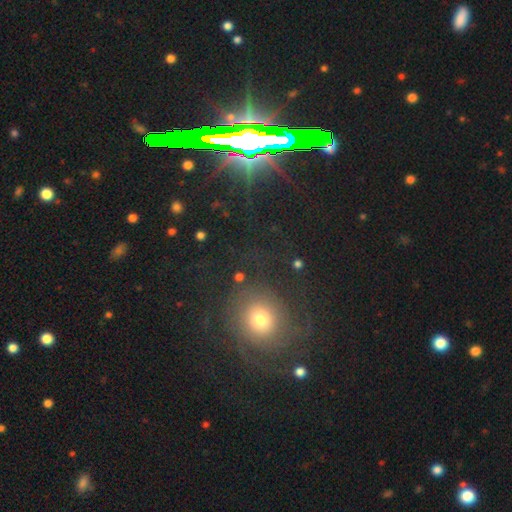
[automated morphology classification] The model was most divided on "smooth or featured": smooth: 43%, star or artifact: 40%, featured or disk: 17%. More confident: merging — none (87%).